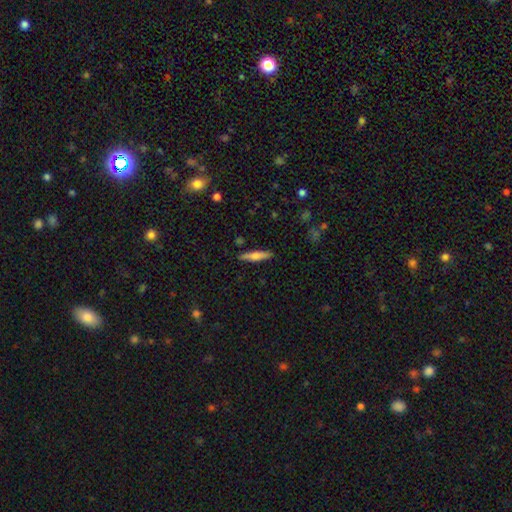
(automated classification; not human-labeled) This is likely a smooth galaxy (62%). How rounded: clearly cigar-shaped (82%). Merging: clearly none (88%).